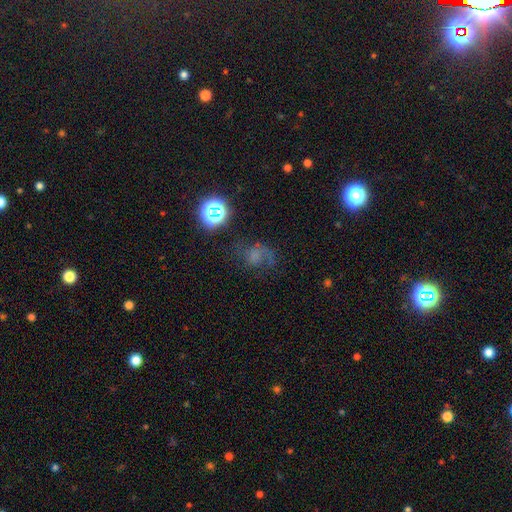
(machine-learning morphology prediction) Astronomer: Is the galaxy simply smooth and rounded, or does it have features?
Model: featured or disk — 37% (runner-up: smooth, 34%).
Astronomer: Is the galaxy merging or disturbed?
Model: none — 52%.